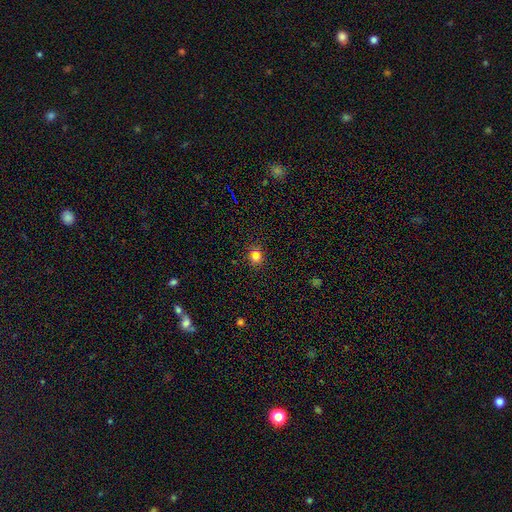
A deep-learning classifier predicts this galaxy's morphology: A smooth galaxy with no disk features (70%) that is round (79%).

Vote fractions:
- Smooth or featured? smooth: 70% / star or artifact: 23% / featured or disk: 7%
- How rounded? round: 79% / in between: 19% / cigar-shaped: 1%
- Merging? none: 84% / minor disturbance: 9% / merger: 4% / major disturbance: 3%